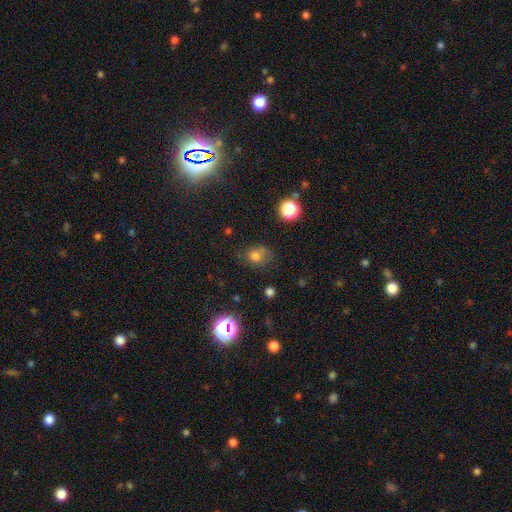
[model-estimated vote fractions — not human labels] Overall: smooth (71%). How rounded: round (53%; in between 46%). Merging: none (55%; minor disturbance 26%).